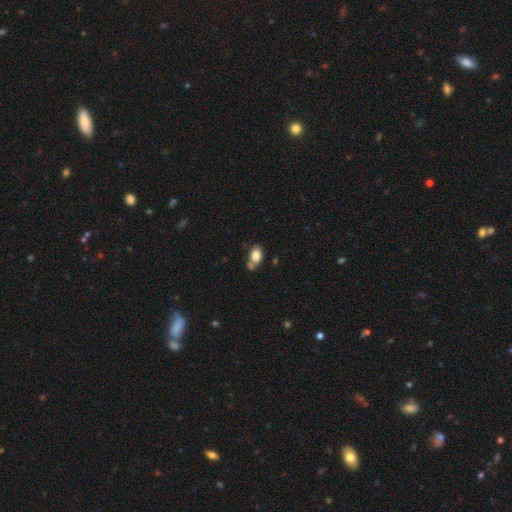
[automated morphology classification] Smooth or featured? Predicted: smooth (p=0.82). How rounded? Predicted: in between (p=0.82). Merging? Predicted: none (p=0.48).